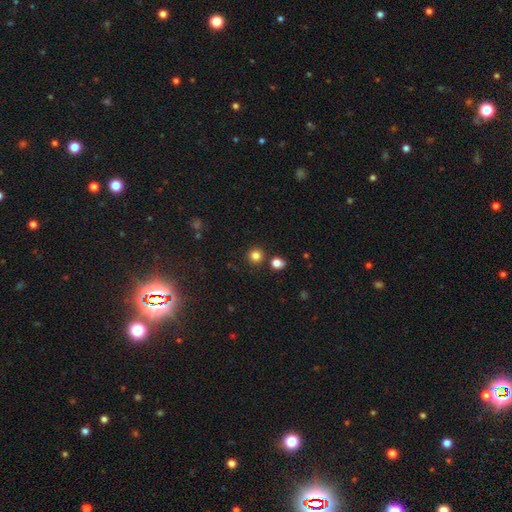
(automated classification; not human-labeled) A smooth galaxy with no disk features (81%) that is round (93%). Merging: none (84%).